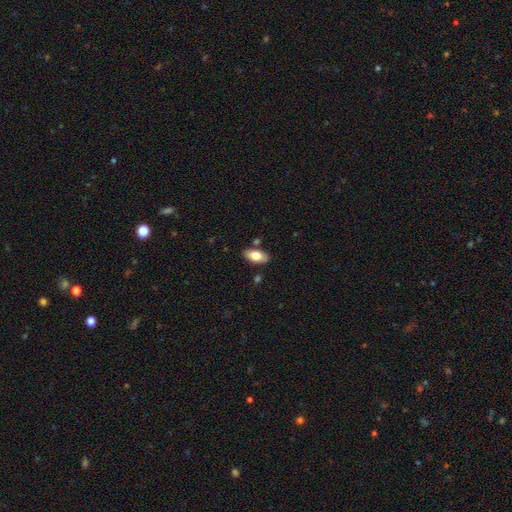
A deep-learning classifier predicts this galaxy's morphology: type=smooth (75%); roundness=in between (92%); merging=none (82%).